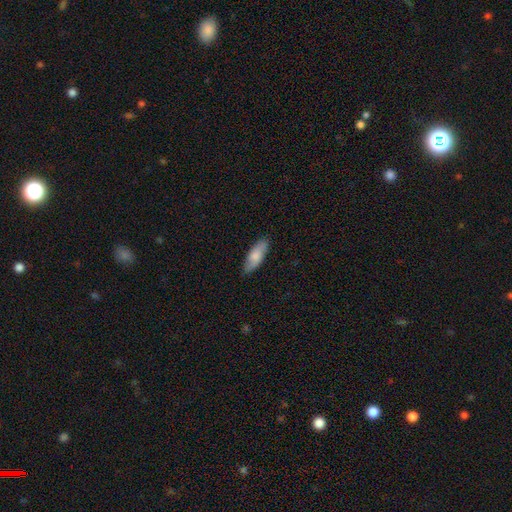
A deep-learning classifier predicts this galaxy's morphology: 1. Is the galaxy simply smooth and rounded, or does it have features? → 76% smooth, 18% featured or disk, 6% star or artifact.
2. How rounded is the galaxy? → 69% in between, 29% cigar-shaped, 2% round.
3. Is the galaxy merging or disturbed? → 82% none, 14% minor disturbance, 2% major disturbance, 1% merger.